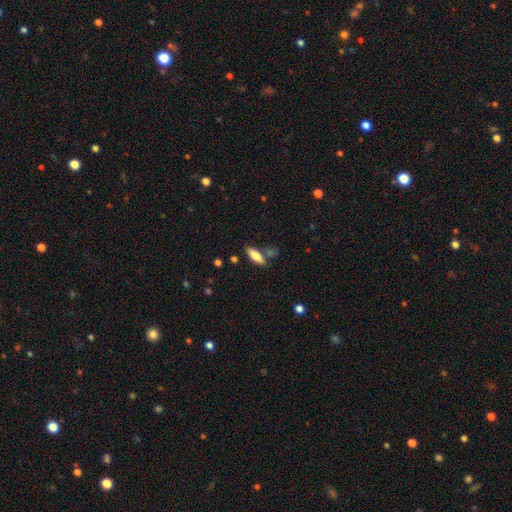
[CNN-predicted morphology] This appears to be a smooth galaxy with no disk features (69%) that is in between round and cigar-shaped (56%). Merging: none (74%).